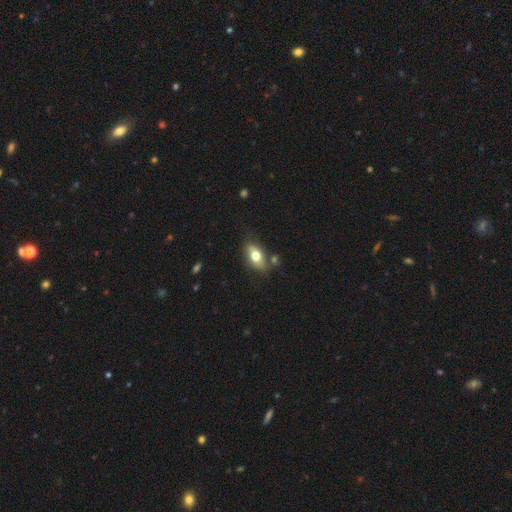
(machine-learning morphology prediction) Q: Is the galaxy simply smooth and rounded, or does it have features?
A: smooth — 71%.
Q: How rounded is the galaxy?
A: in between — 87%.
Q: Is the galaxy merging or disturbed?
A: none — 72%.